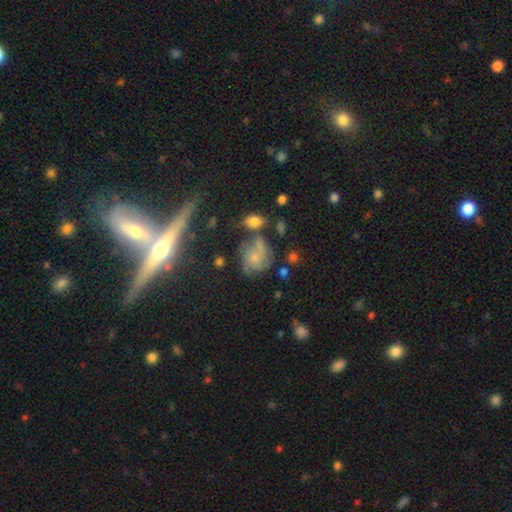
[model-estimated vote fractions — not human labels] This is possibly a featured or disk galaxy (52%). It is clearly not viewed edge-on (96%). Merging: possibly none (51%).